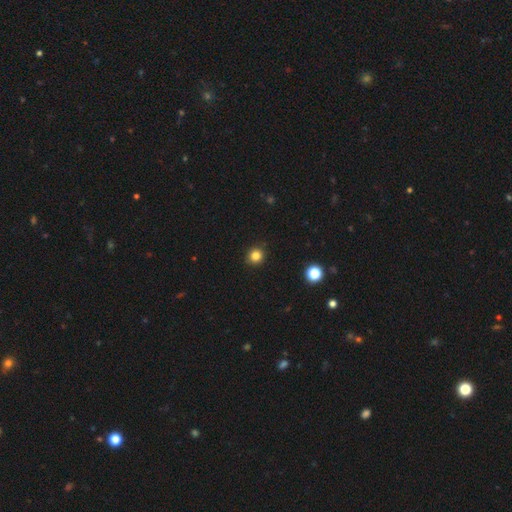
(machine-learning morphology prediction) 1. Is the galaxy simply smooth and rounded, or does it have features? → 82% smooth, 13% star or artifact, 5% featured or disk.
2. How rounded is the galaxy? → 91% round, 8% in between, 1% cigar-shaped.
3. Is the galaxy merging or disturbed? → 92% none, 5% minor disturbance, 2% major disturbance, 1% merger.